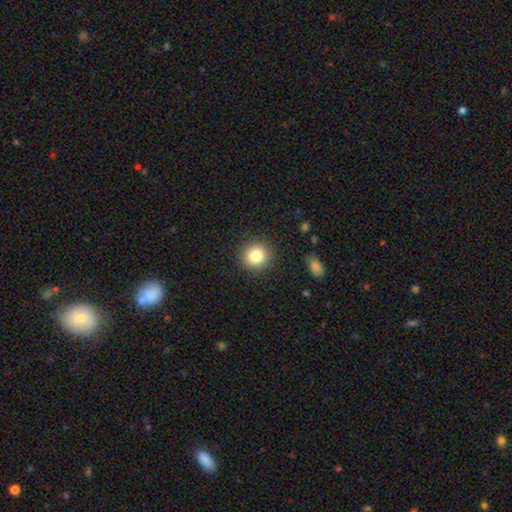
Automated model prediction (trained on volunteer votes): Morphology: type=smooth (82%); roundness=round (93%); merging=none (91%).